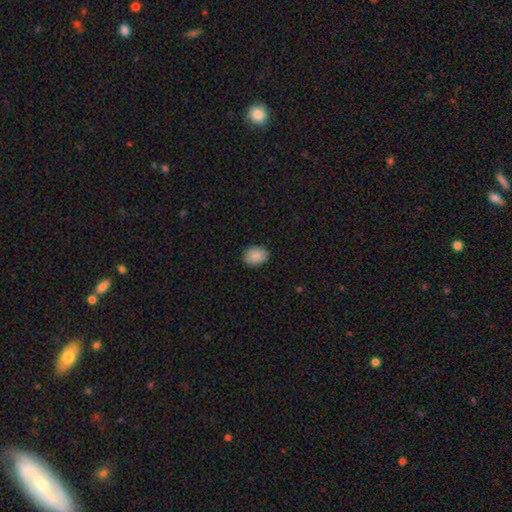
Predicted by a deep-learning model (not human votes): smooth_or_featured: smooth (p=0.89) [alt: star or artifact p=0.07]
how_rounded: in between (p=0.65) [alt: round p=0.34]
merging: none (p=0.86) [alt: minor disturbance p=0.10]